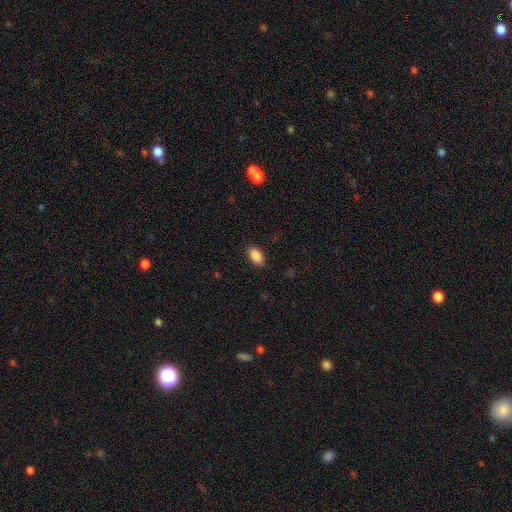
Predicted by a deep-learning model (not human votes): A smooth galaxy with no disk features (89%) that is in between round and cigar-shaped (92%). Merging: none (86%).